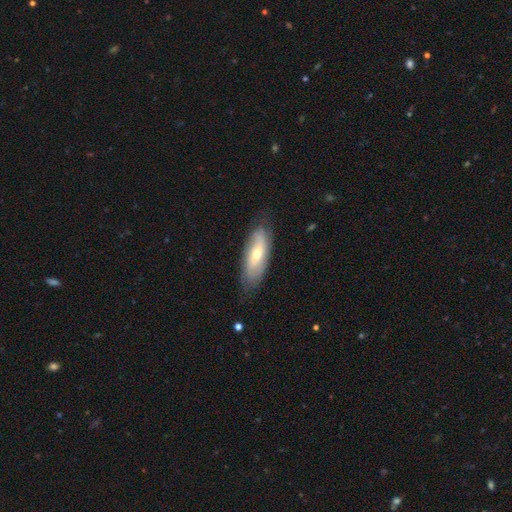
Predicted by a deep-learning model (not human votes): This is possibly a featured or disk galaxy (54%). It is likely not viewed edge-on (73%). Merging: clearly none (81%).